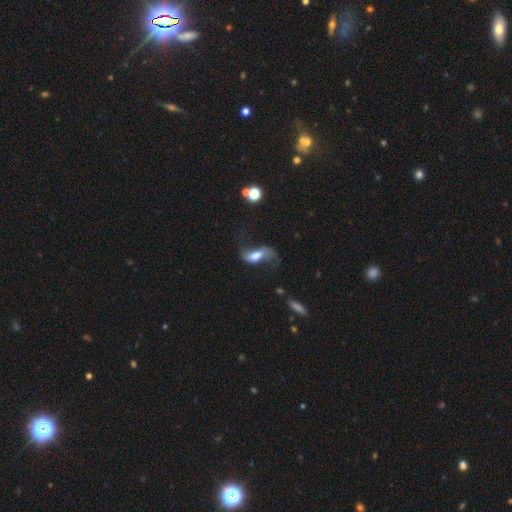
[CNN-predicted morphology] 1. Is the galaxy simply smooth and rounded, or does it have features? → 65% featured or disk, 26% smooth, 9% star or artifact.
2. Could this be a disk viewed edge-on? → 92% no, 8% yes.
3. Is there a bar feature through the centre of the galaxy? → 42% weak, 35% no, 23% strong.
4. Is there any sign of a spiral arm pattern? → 84% yes, 16% no.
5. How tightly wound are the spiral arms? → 87% loose, 10% medium, 3% tight.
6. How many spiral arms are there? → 87% 2, 6% 1, 4% can't tell, 1% 3, 1% 4, 1% more than 4.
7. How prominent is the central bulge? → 40% moderate, 30% large, 15% small, 11% none, 5% dominant.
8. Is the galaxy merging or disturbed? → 43% none, 32% major disturbance, 19% minor disturbance, 6% merger.